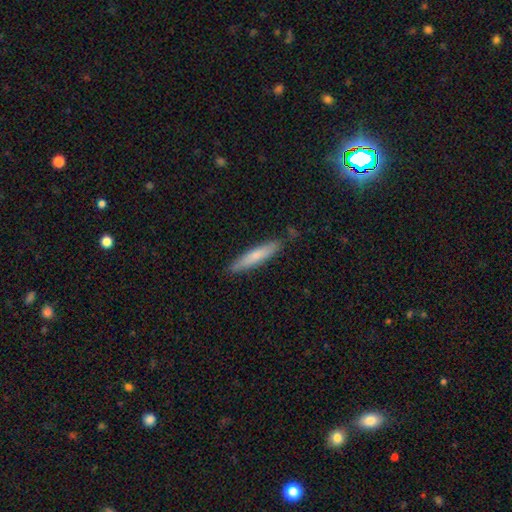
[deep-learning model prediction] Smooth or featured? Predicted: smooth (p=0.71). How rounded? Predicted: cigar-shaped (p=0.89). Merging? Predicted: none (p=0.85).